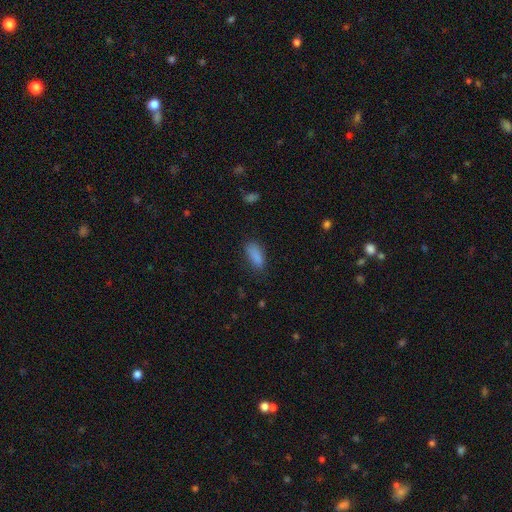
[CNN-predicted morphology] Smooth or featured? Predicted: smooth (p=0.87). How rounded? Predicted: in between (p=0.83). Merging? Predicted: none (p=0.74).